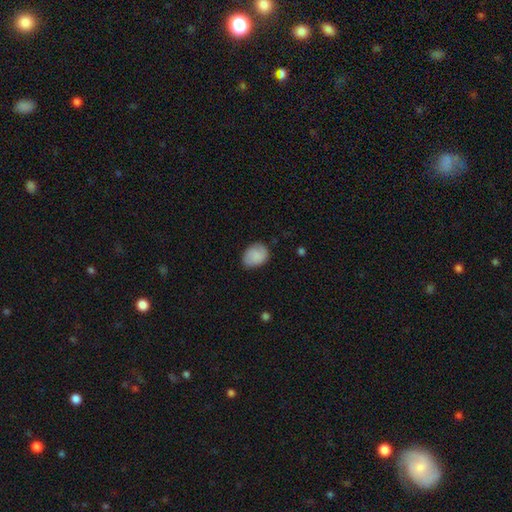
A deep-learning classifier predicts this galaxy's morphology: Q: Smooth or featured?
A: smooth (84%); runner-up: featured or disk (9%)
Q: How rounded?
A: in between (62%); runner-up: round (37%)
Q: Merging?
A: none (76%); runner-up: minor disturbance (19%)